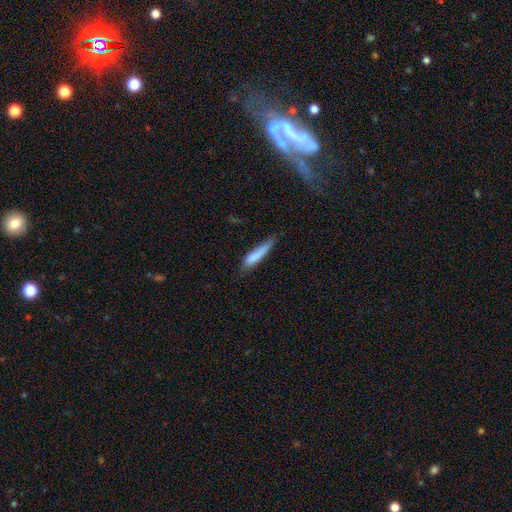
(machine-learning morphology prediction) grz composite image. It shows a smooth galaxy with no disk features (80%) that is cigar-shaped (83%). Merging: none (58%).